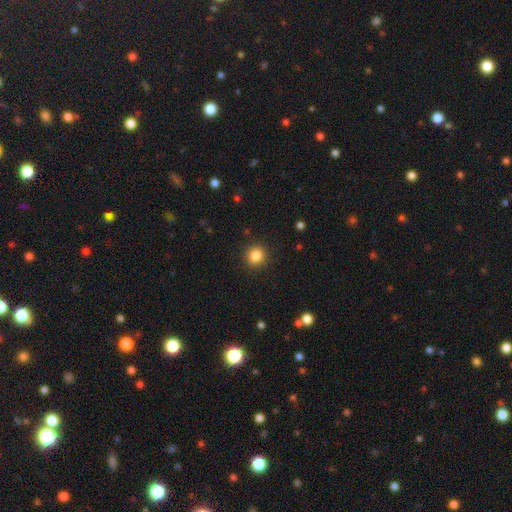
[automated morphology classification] Smooth or featured: smooth — 85% (star or artifact — 11%)
How rounded: round — 87% (in between — 12%)
Merging: none — 91% (minor disturbance — 6%)